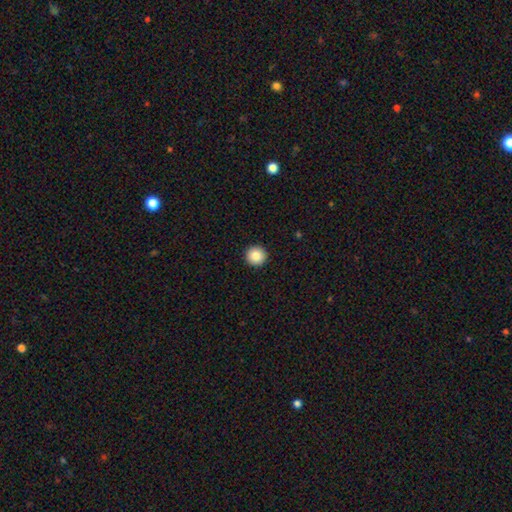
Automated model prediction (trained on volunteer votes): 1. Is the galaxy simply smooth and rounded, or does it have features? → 86% smooth, 9% star or artifact, 5% featured or disk.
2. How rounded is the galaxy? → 96% round, 3% in between, 1% cigar-shaped.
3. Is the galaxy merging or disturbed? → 94% none, 4% minor disturbance, 1% major disturbance, 1% merger.